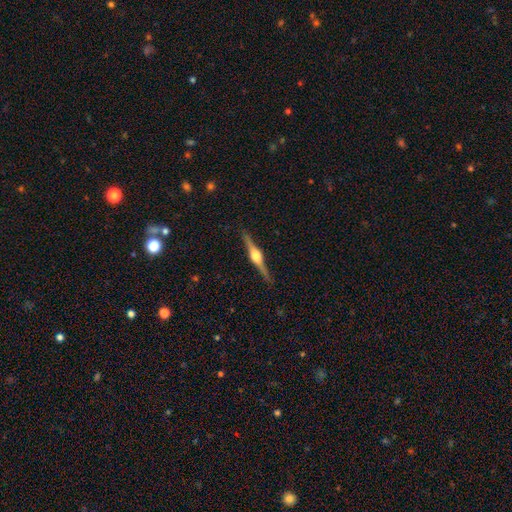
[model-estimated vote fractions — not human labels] smooth_or_featured: featured or disk (p=0.85) [alt: smooth p=0.10]
disk_edge_on: yes (p=0.99) [alt: no p=0.01]
edge_on_bulge: rounded (p=0.94) [alt: boxy p=0.04]
merging: none (p=0.91) [alt: minor disturbance p=0.07]